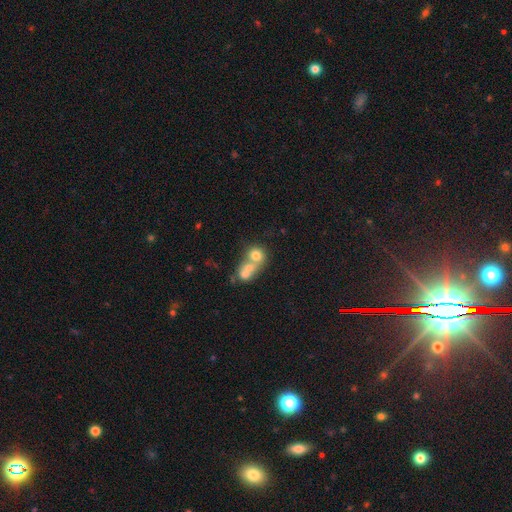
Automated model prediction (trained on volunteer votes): smooth-or-featured: smooth: 67% | featured or disk: 23% | star or artifact: 11%
  how-rounded: round: 71% | in between: 27% | cigar-shaped: 1%
  merging: merger: 70% | none: 21% | minor disturbance: 5% | major disturbance: 4%